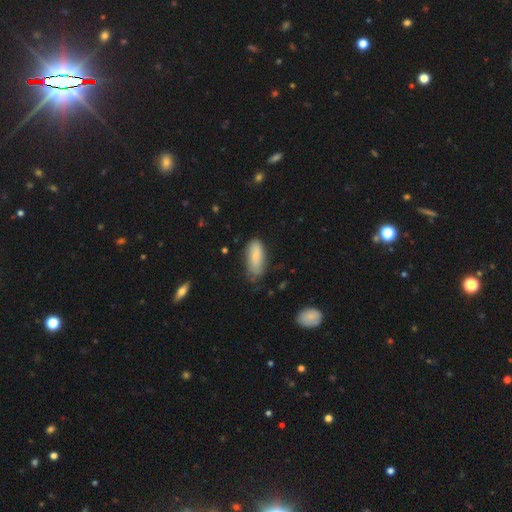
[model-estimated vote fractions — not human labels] Morphology: type=smooth (77%); roundness=in between (79%); merging=none (61%).